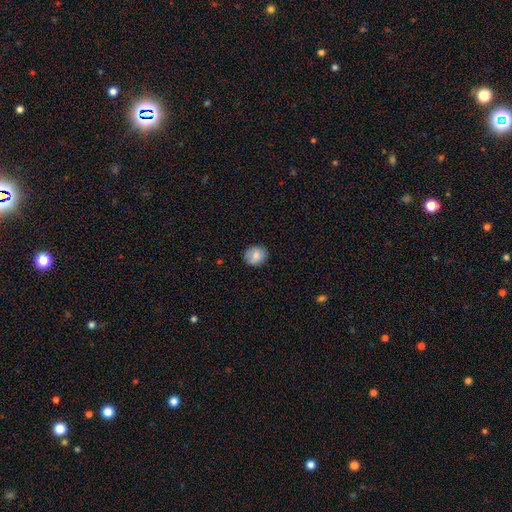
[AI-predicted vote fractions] A smooth galaxy with no disk features (80%) that is round (82%).

Vote fractions:
- Smooth or featured? smooth: 80% / featured or disk: 12% / star or artifact: 8%
- How rounded? round: 82% / in between: 17% / cigar-shaped: 1%
- Merging? none: 86% / minor disturbance: 11% / major disturbance: 2% / merger: 1%